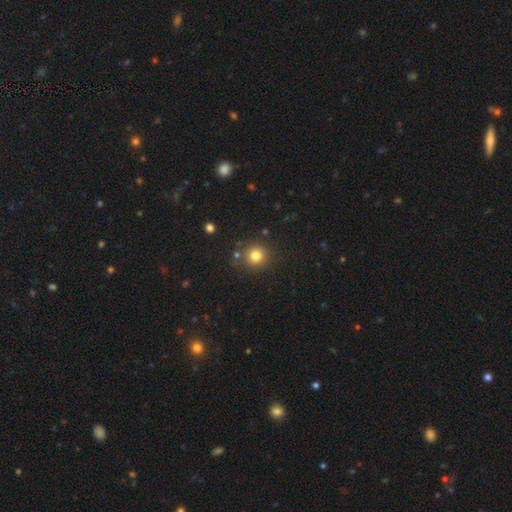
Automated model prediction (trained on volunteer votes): Overall: smooth (80%). How rounded: round (93%). Merging: none (85%).